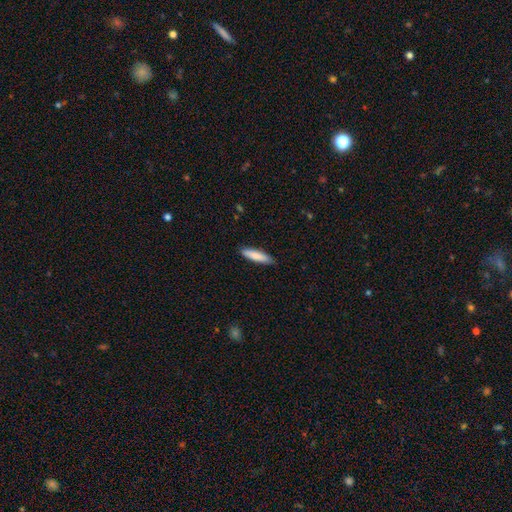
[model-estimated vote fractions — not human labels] Smooth or featured: smooth — 84% (featured or disk — 11%)
How rounded: cigar-shaped — 75% (in between — 23%)
Merging: none — 88% (minor disturbance — 9%)